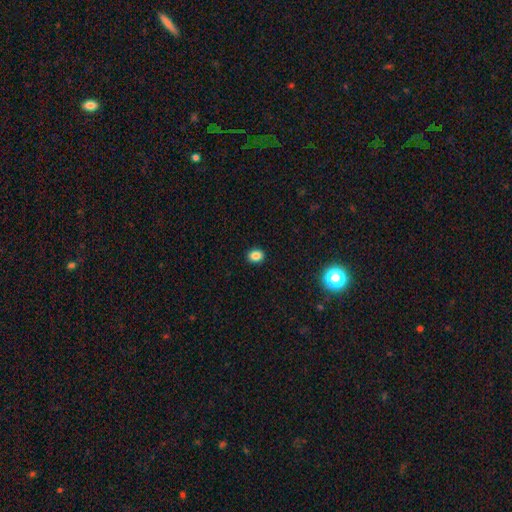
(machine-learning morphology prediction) This appears to be a smooth galaxy with no disk features (84%) that is in between round and cigar-shaped (51%). Merging: none (91%).